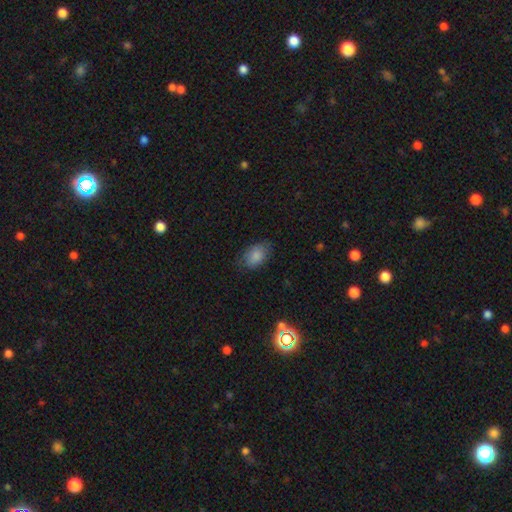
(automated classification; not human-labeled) smooth-or-featured: smooth: 85% | star or artifact: 8% | featured or disk: 7%
  how-rounded: in between: 89% | round: 10% | cigar-shaped: 2%
  merging: none: 73% | minor disturbance: 21% | major disturbance: 5% | merger: 1%